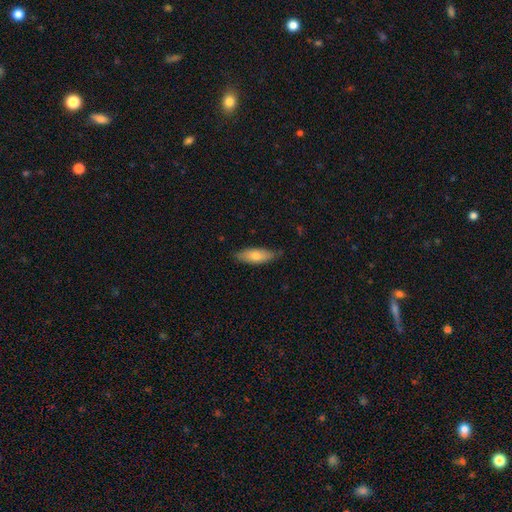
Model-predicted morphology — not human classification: Overall: smooth (71%). How rounded: in between (67%; cigar-shaped 30%). Merging: none (76%).